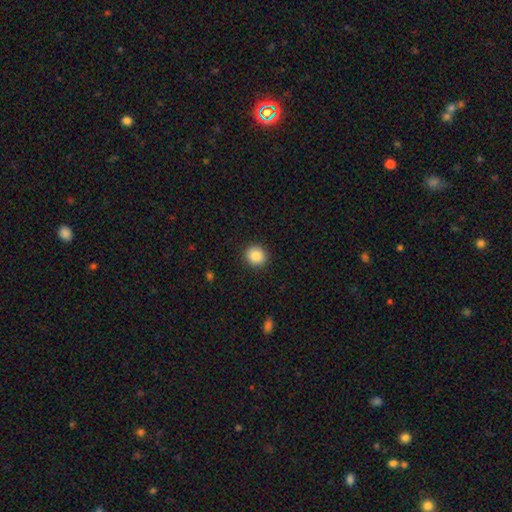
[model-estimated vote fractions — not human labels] Morphology: type=smooth (87%); roundness=round (85%); merging=none (92%).